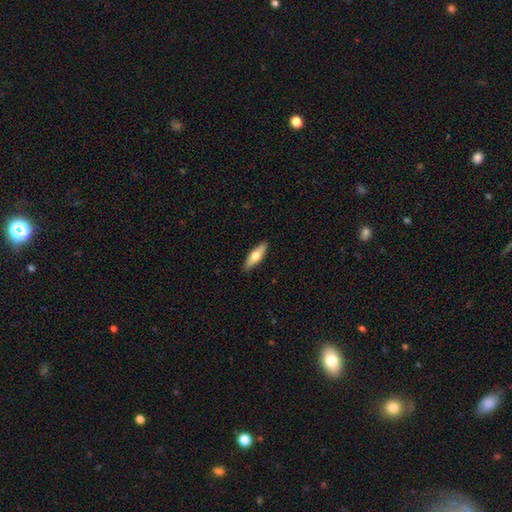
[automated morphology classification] smooth_or_featured: smooth (p=0.60) [alt: featured or disk p=0.35]
how_rounded: cigar-shaped (p=0.49) [tied with: in between p=0.49]
merging: none (p=0.90) [alt: minor disturbance p=0.08]